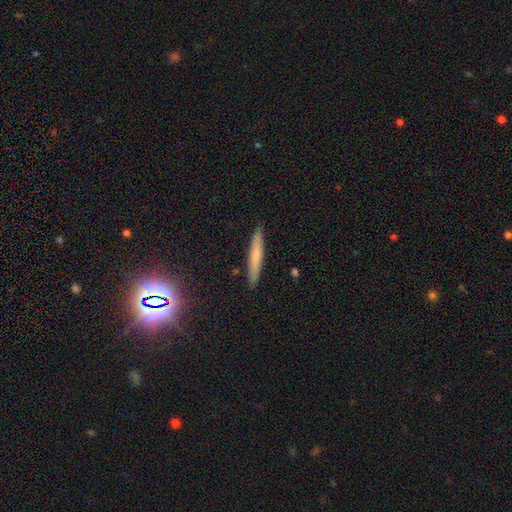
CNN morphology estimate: This is likely a smooth galaxy (65%). How rounded: clearly cigar-shaped (95%). Merging: clearly none (90%).